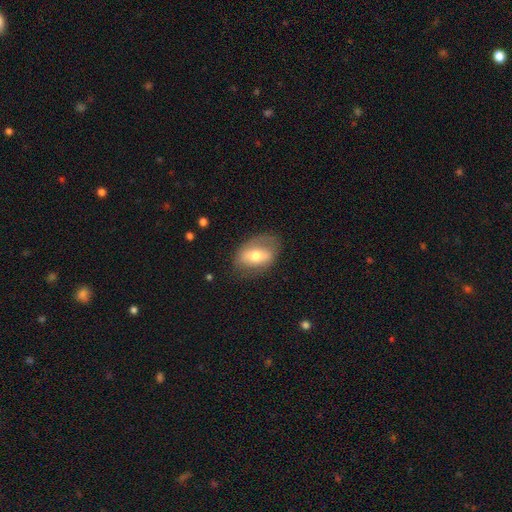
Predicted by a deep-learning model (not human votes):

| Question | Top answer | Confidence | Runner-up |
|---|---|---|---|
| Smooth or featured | smooth | 51% | featured or disk (42%) |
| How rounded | in between | 84% | round (13%) |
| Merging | none | 68% | minor disturbance (21%) |